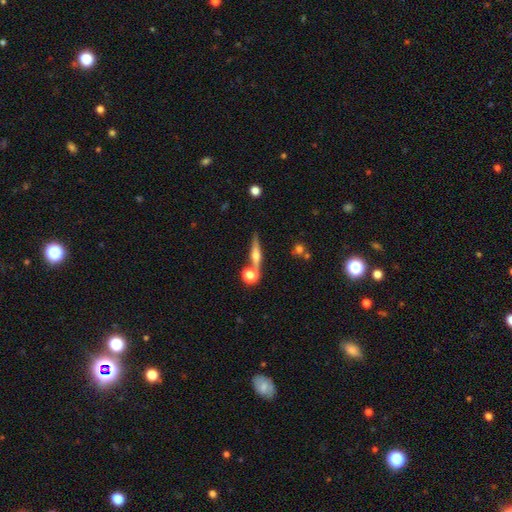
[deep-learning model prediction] A featured or disk galaxy (65%) viewed edge-on (95%) with a rounded central bulge (92%).

Vote fractions:
- Smooth or featured? featured or disk: 65% / smooth: 26% / star or artifact: 8%
- Edge-on disk? yes: 95% / no: 5%
- Edge-on bulge? rounded: 92% / boxy: 5% / none: 3%
- Merging? none: 71% / merger: 16% / minor disturbance: 10% / major disturbance: 3%